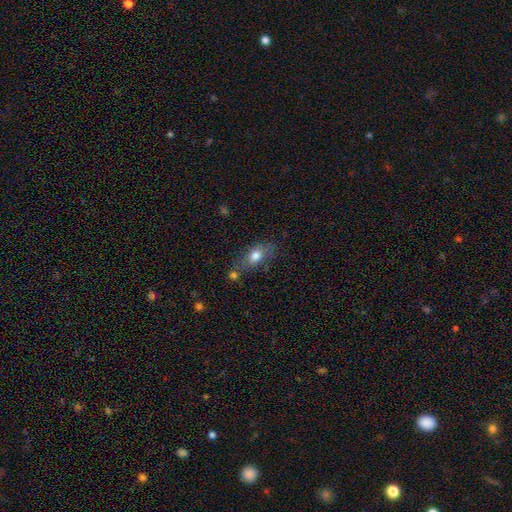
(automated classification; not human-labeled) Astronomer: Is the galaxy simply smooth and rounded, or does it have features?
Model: smooth — 76%.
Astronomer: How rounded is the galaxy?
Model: in between — 82%.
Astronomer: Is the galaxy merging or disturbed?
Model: none — 57%.